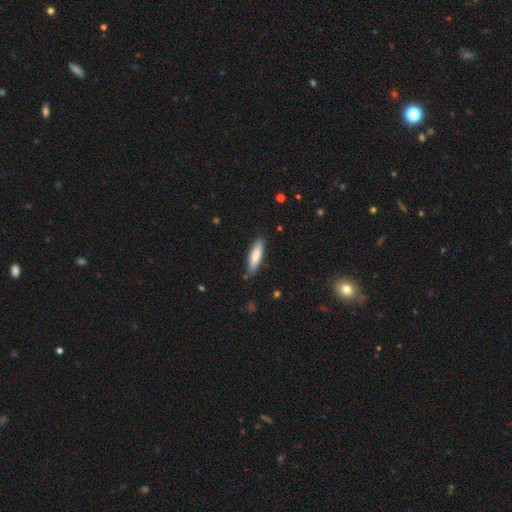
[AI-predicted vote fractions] Morphology: type=smooth (80%); roundness=cigar-shaped (70%); merging=none (84%).